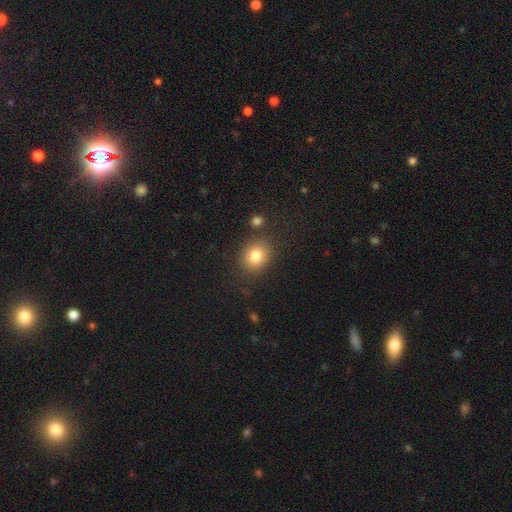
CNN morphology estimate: Smooth or featured?
  - smooth: 82% *
  - star or artifact: 10%
  - featured or disk: 7%
How rounded?
  - round: 66% *
  - in between: 33%
  - cigar-shaped: 1%
Merging?
  - none: 81% *
  - minor disturbance: 10%
  - merger: 5%
  - major disturbance: 4%